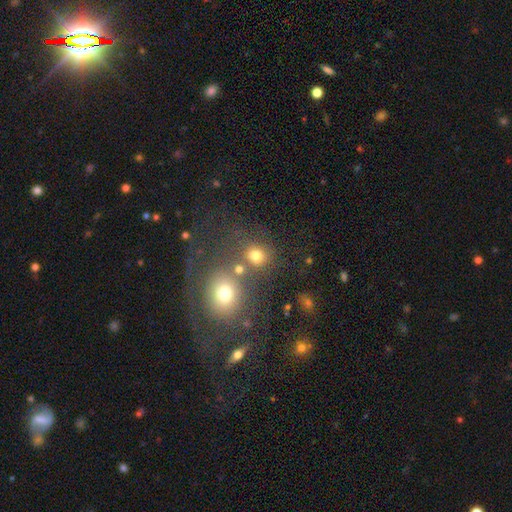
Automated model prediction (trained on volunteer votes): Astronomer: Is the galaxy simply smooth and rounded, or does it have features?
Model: smooth — 72%.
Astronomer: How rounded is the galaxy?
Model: round — 76%.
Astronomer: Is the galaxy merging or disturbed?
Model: none — 56%.